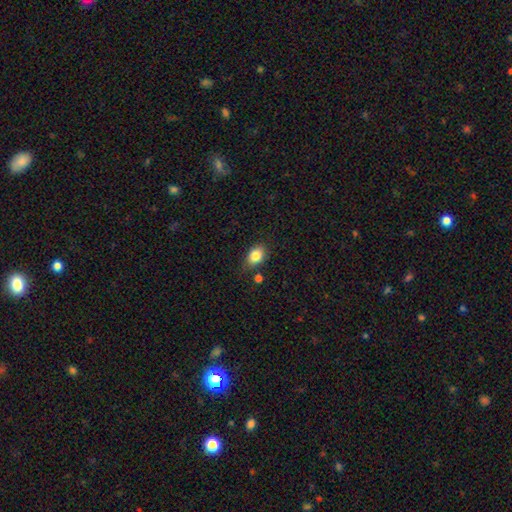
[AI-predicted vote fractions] Overall: smooth (84%). How rounded: in between (74%). Merging: none (73%).